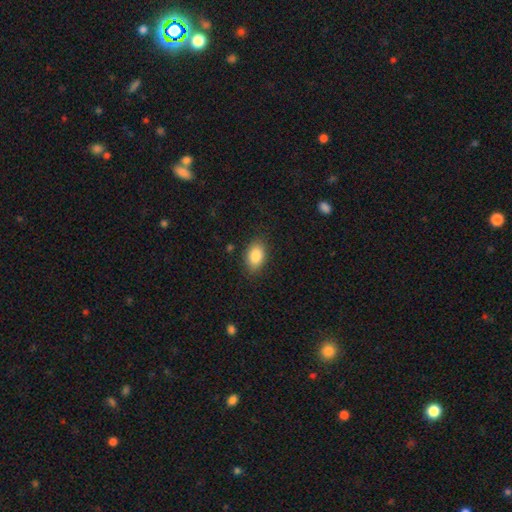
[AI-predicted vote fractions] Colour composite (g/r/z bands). It shows a smooth galaxy with no disk features (86%) that is in between round and cigar-shaped (89%). Merging: none (85%).